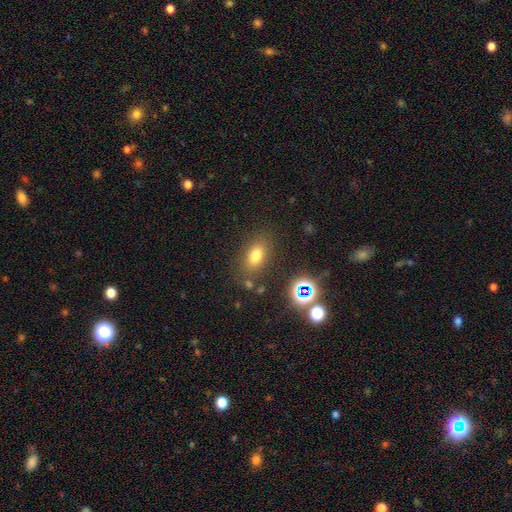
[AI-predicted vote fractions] This appears to be a smooth galaxy with no disk features (73%) that is in between round and cigar-shaped (79%). Merging: none (78%).